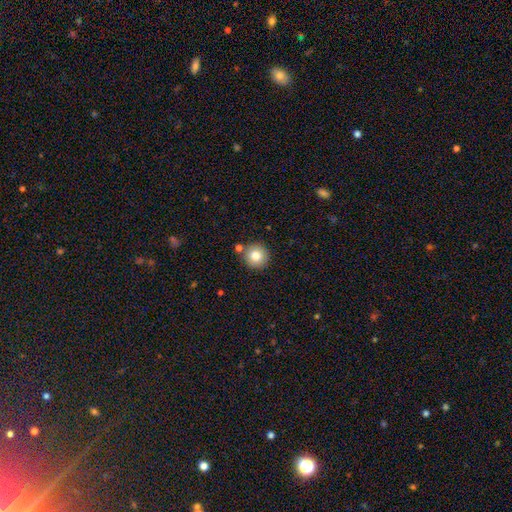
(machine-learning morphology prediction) Smooth or featured: smooth — 80% (star or artifact — 10%)
How rounded: round — 94% (in between — 5%)
Merging: none — 82% (minor disturbance — 8%)